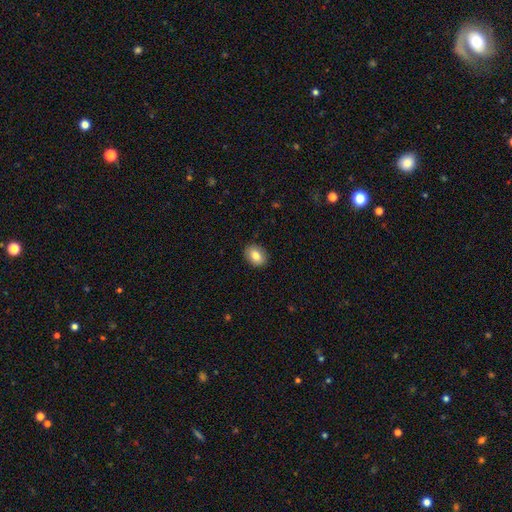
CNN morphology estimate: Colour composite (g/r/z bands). It shows a smooth galaxy with no disk features (82%) that is in between round and cigar-shaped (64%). Merging: none (89%).